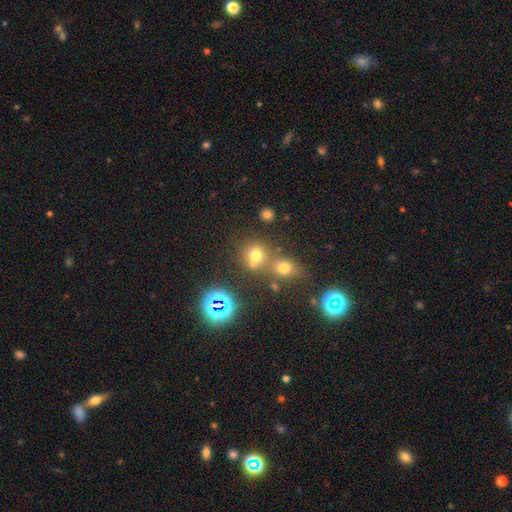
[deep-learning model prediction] A smooth galaxy with no disk features (65%) that is round (82%). Merging: none (54%).